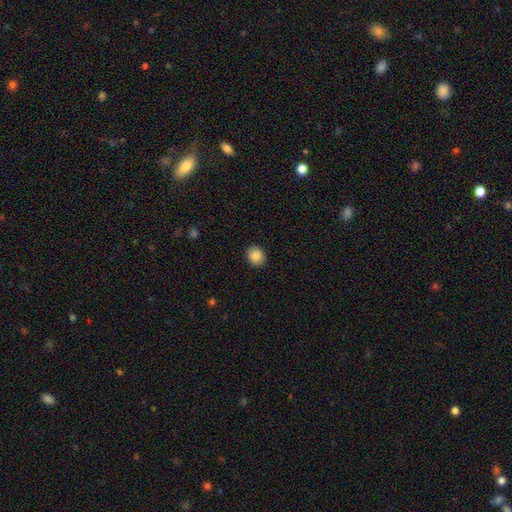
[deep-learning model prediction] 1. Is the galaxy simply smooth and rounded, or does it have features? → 87% smooth, 9% star or artifact, 4% featured or disk.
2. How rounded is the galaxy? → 70% round, 30% in between, 1% cigar-shaped.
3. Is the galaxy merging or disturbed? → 91% none, 6% minor disturbance, 2% major disturbance, 1% merger.